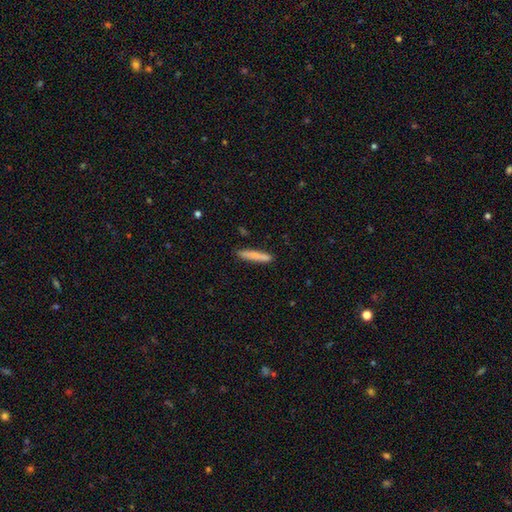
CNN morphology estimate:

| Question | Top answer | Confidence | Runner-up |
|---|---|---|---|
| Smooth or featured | smooth | 80% | featured or disk (14%) |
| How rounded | cigar-shaped | 93% | in between (6%) |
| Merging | none | 86% | minor disturbance (10%) |